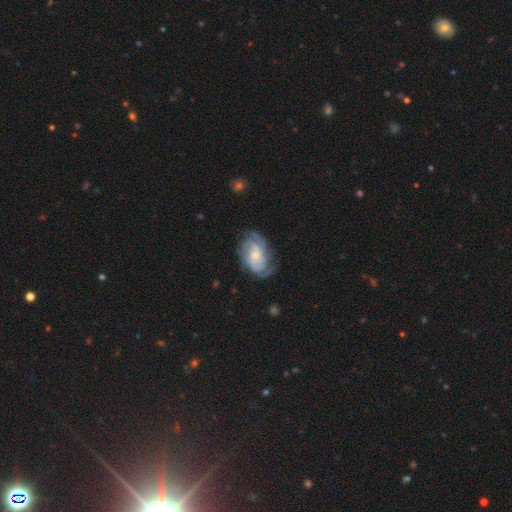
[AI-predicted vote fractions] smooth_or_featured: featured or disk (p=0.78) [alt: smooth p=0.16]
disk_edge_on: no (p=0.97) [alt: yes p=0.03]
bar: no (p=0.61) [alt: weak p=0.33]
has_spiral_arms: yes (p=0.93) [alt: no p=0.07]
spiral_winding: tight (p=0.46) [alt: medium p=0.40]
spiral_arm_count: 2 (p=0.39) [alt: can't tell p=0.30]
bulge_size: small (p=0.52) [alt: moderate p=0.38]
merging: none (p=0.63) [alt: minor disturbance p=0.23]